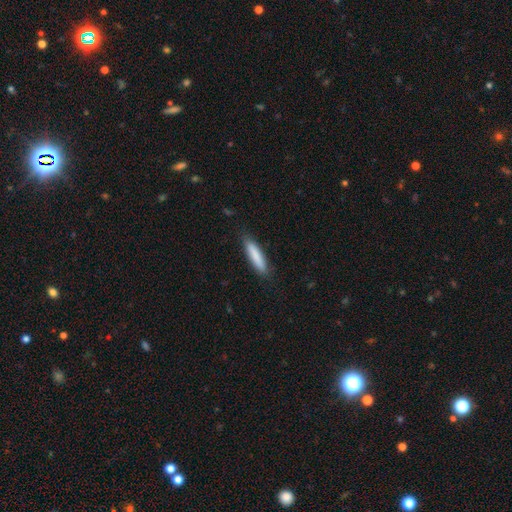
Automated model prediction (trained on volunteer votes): Morphology: type=smooth (84%); roundness=cigar-shaped (83%); merging=none (86%).